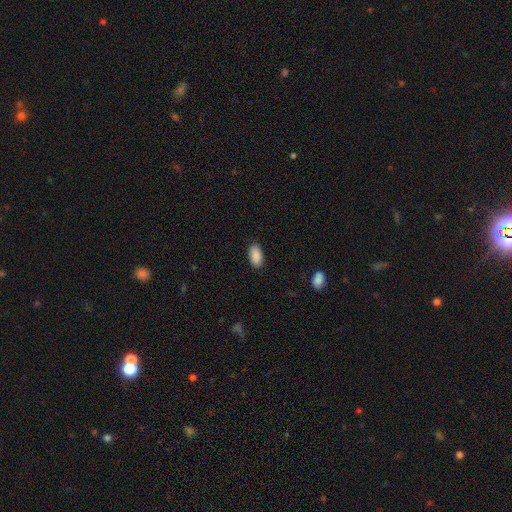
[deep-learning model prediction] This appears to be a smooth galaxy with no disk features (90%) that is in between round and cigar-shaped (94%). Merging: none (88%).